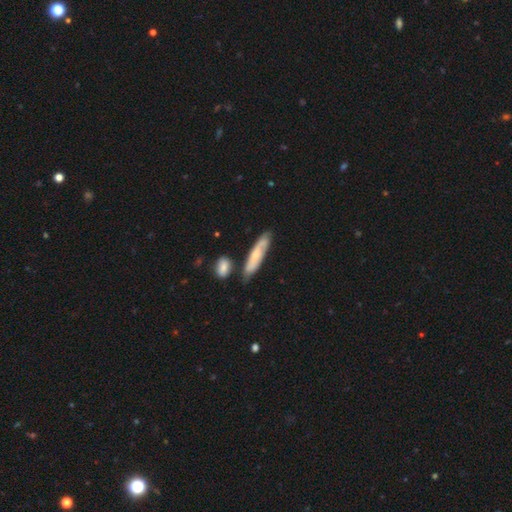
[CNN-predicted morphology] This is possibly a smooth galaxy (53%). How rounded: likely cigar-shaped (75%). Merging: likely none (68%).